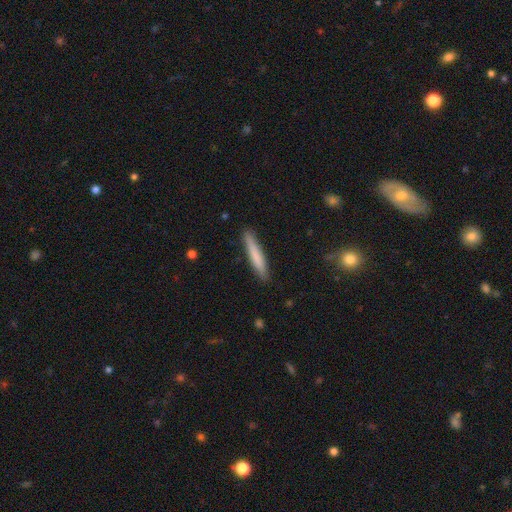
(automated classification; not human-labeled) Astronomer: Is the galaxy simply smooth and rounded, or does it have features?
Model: smooth — 75%.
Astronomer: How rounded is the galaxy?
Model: cigar-shaped — 95%.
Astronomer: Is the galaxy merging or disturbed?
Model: none — 89%.